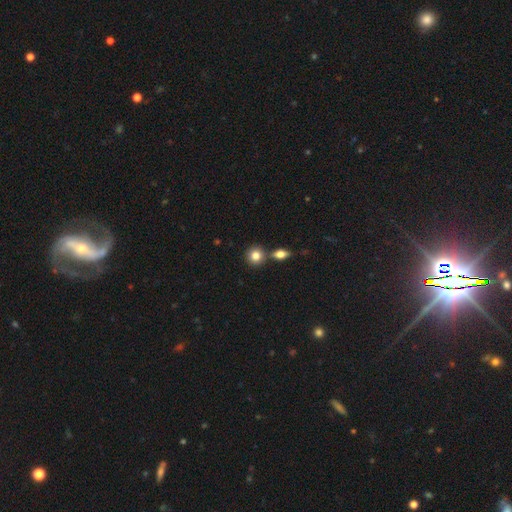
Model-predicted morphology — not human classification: This appears to be a smooth galaxy with no disk features (82%) that is round (86%). Merging: none (70%).